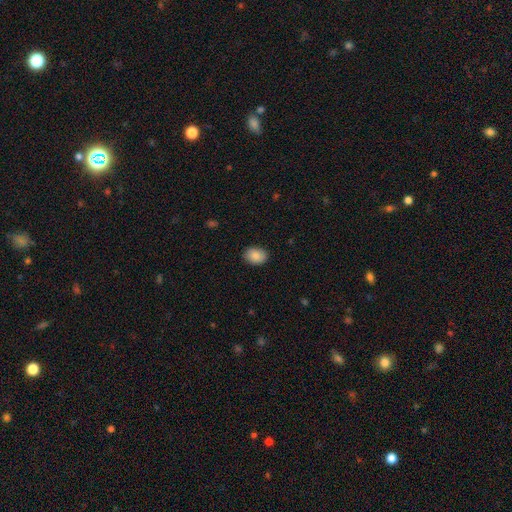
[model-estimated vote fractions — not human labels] This is clearly a smooth galaxy (87%). How rounded: likely in between (71%). Merging: clearly none (87%).